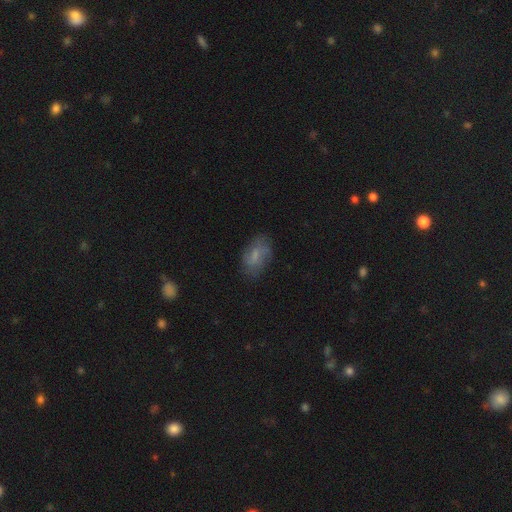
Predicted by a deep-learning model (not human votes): A smooth galaxy with no disk features (56%) that is in between round and cigar-shaped (88%). Merging: none (69%).